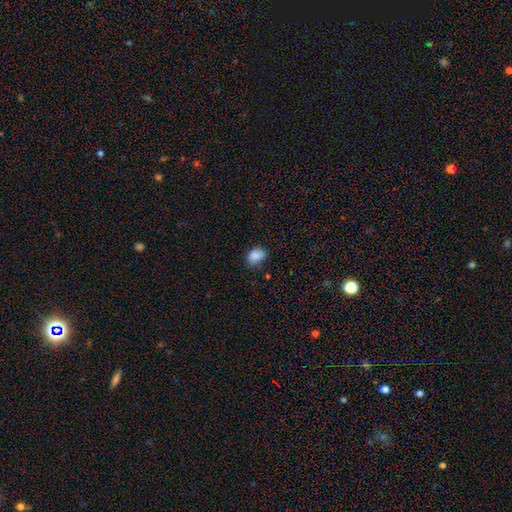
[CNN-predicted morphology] smooth-or-featured: smooth: 86% | star or artifact: 9% | featured or disk: 5%
  how-rounded: in between: 71% | round: 28% | cigar-shaped: 1%
  merging: none: 61% | minor disturbance: 31% | major disturbance: 6% | merger: 2%